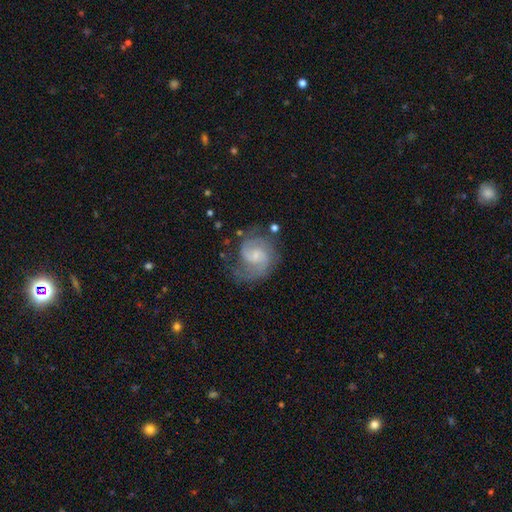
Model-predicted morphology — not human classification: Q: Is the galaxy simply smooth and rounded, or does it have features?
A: featured or disk — 86%.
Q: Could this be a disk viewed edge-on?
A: no — 98%.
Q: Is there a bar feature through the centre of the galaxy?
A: weak — 47%.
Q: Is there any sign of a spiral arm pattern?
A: yes — 97%.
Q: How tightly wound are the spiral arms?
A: medium — 51%.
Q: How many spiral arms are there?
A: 2 — 77%.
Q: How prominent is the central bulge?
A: small — 66%.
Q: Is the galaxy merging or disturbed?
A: none — 64%.